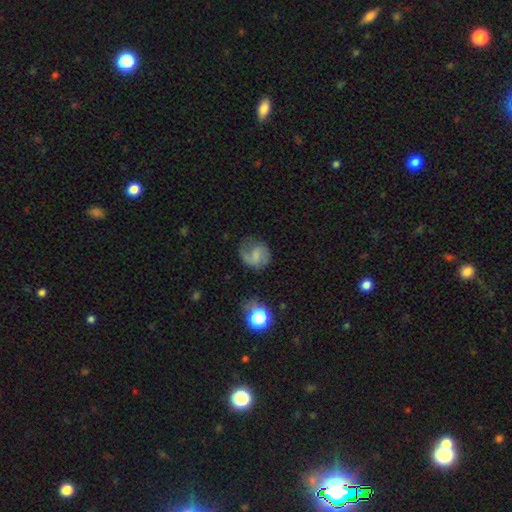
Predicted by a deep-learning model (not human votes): Smooth or featured?
  - featured or disk: 55% *
  - smooth: 35%
  - star or artifact: 10%
Edge-on disk?
  - no: 98% *
  - yes: 2%
Bar?
  - weak: 47% *
  - no: 38%
  - strong: 14%
Spiral arms?
  - yes: 88% *
  - no: 12%
Bulge size?
  - none: 52% *
  - small: 29%
  - moderate: 14%
  - large: 3%
  - dominant: 1%
Merging?
  - none: 60% *
  - minor disturbance: 23%
  - major disturbance: 15%
  - merger: 2%